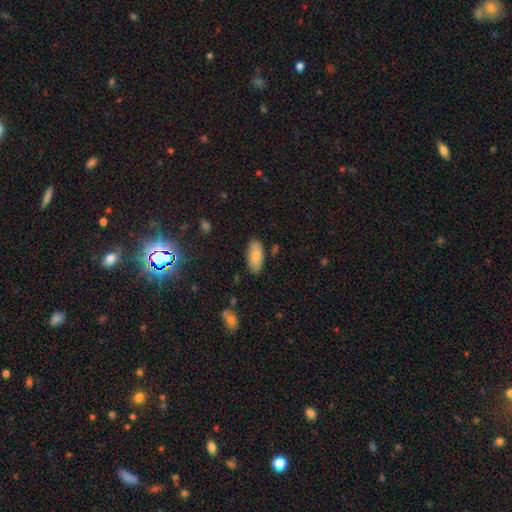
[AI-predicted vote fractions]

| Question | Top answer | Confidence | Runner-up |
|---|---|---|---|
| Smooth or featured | smooth | 80% | featured or disk (13%) |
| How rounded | in between | 91% | cigar-shaped (7%) |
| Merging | none | 84% | minor disturbance (12%) |